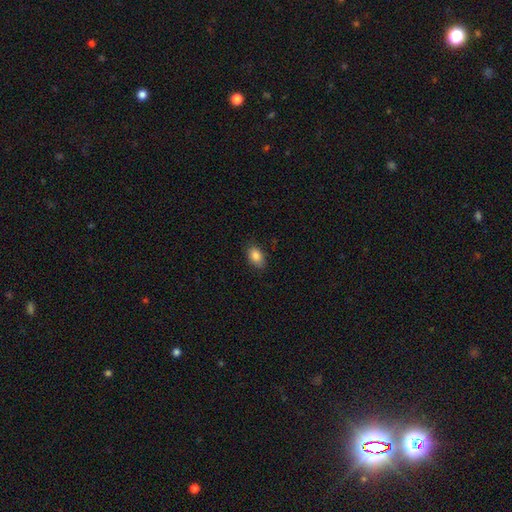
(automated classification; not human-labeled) A smooth galaxy with no disk features (85%) that is in between round and cigar-shaped (87%).

Vote fractions:
- Smooth or featured? smooth: 85% / star or artifact: 8% / featured or disk: 6%
- How rounded? in between: 87% / round: 11% / cigar-shaped: 2%
- Merging? none: 83% / minor disturbance: 14% / major disturbance: 3% / merger: 1%